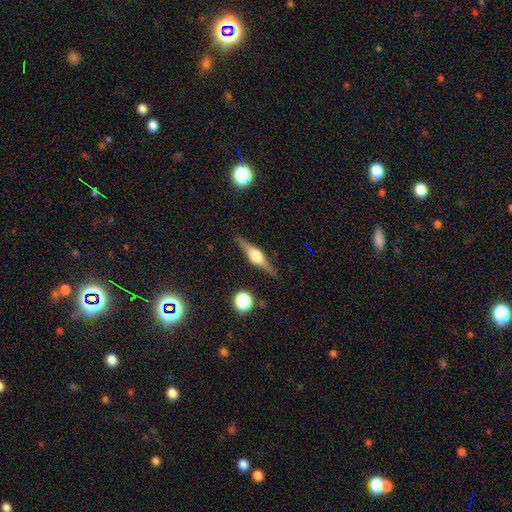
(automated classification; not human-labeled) smooth_or_featured: featured or disk (p=0.76) [alt: smooth p=0.17]
disk_edge_on: yes (p=0.97) [alt: no p=0.03]
edge_on_bulge: rounded (p=0.90) [alt: boxy p=0.08]
merging: none (p=0.88) [alt: minor disturbance p=0.09]